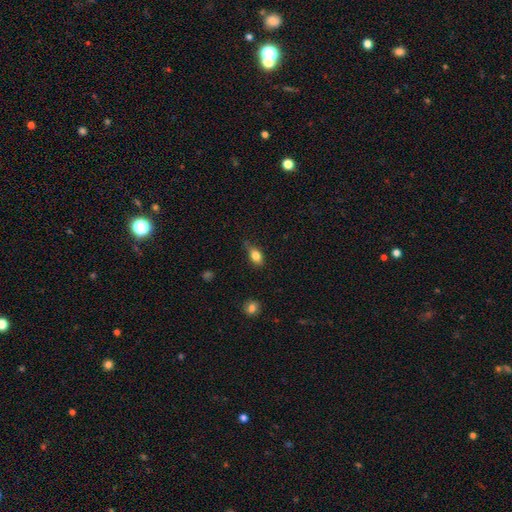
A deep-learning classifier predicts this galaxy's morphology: Smooth or featured? Predicted: smooth (p=0.82). How rounded? Predicted: in between (p=0.81). Merging? Predicted: none (p=0.62).